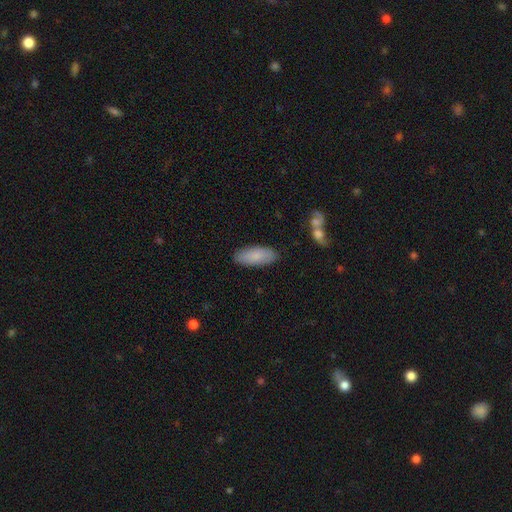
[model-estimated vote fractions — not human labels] Smooth or featured? smooth (84%)
How rounded? in between (79%)
Merging? none (87%)